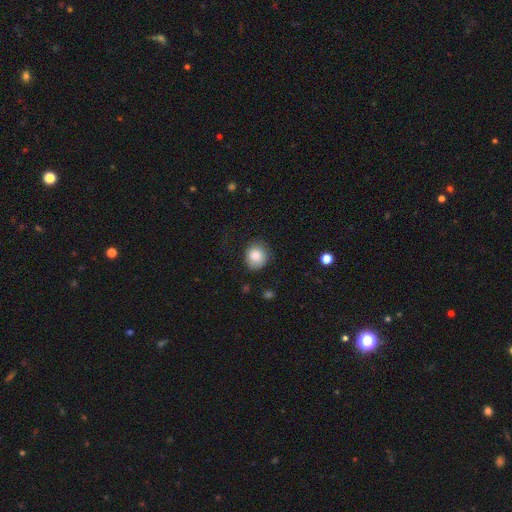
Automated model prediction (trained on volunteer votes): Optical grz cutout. It shows a smooth galaxy with no disk features (83%) that is round (81%). Merging: none (76%).